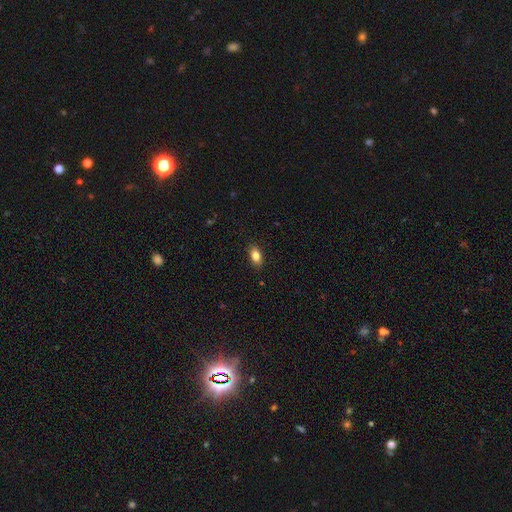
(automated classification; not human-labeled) A smooth galaxy with no disk features (83%) that is in between round and cigar-shaped (88%). Merging: none (88%).